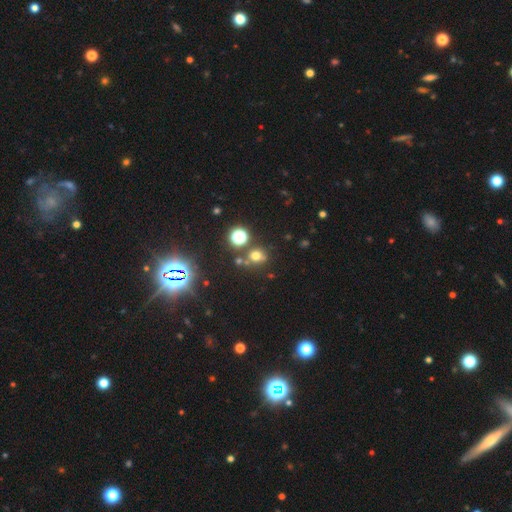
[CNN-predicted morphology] This appears to be a smooth galaxy with no disk features (61%) that is round (75%). Merging: none (68%).